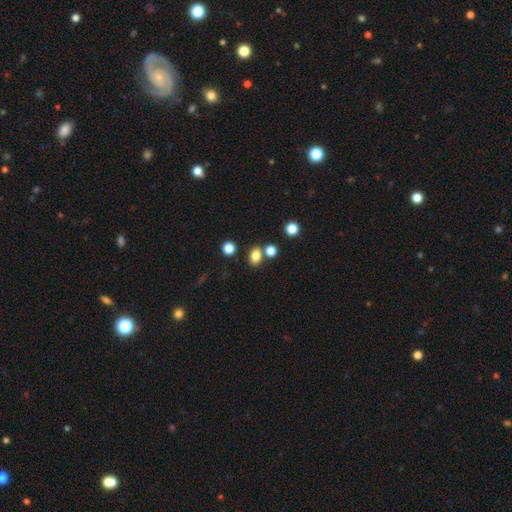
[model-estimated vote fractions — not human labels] Q: Smooth or featured?
A: smooth (81%); runner-up: star or artifact (13%)
Q: How rounded?
A: in between (67%); runner-up: round (32%)
Q: Merging?
A: none (70%); runner-up: merger (17%)